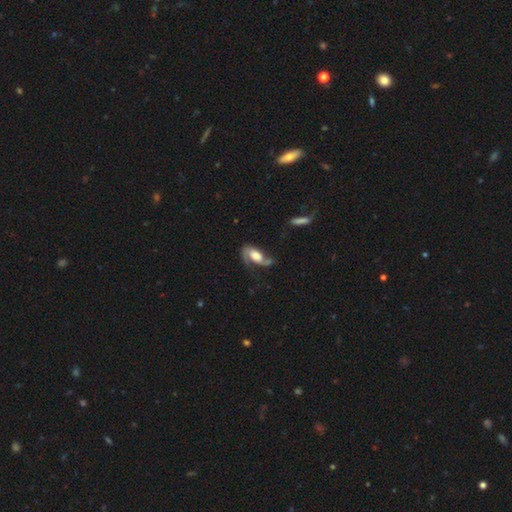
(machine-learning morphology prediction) Q: Smooth or featured?
A: featured or disk (65%); runner-up: smooth (29%)
Q: Edge-on disk?
A: no (93%); runner-up: yes (7%)
Q: Bar?
A: no (58%); runner-up: weak (29%)
Q: Spiral arms?
A: yes (86%); runner-up: no (14%)
Q: Spiral winding?
A: loose (42%); runner-up: medium (37%)
Q: Spiral arm count?
A: 2 (51%); runner-up: 1 (39%)
Q: Bulge size?
A: large (44%); runner-up: moderate (33%)
Q: Merging?
A: none (38%); runner-up: major disturbance (33%)